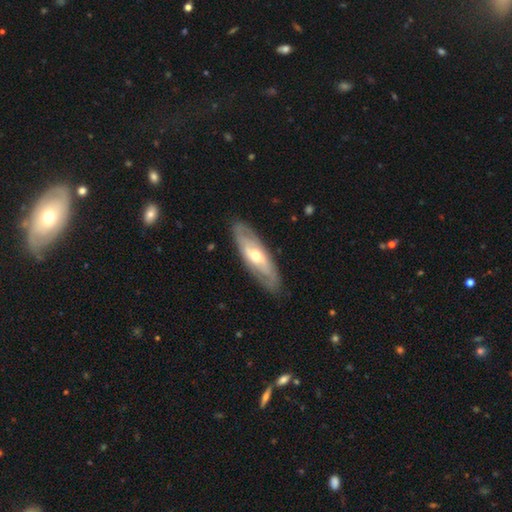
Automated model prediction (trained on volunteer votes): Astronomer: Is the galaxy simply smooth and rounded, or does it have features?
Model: featured or disk — 64%.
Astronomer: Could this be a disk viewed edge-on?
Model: no — 74%.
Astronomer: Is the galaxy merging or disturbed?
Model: none — 85%.